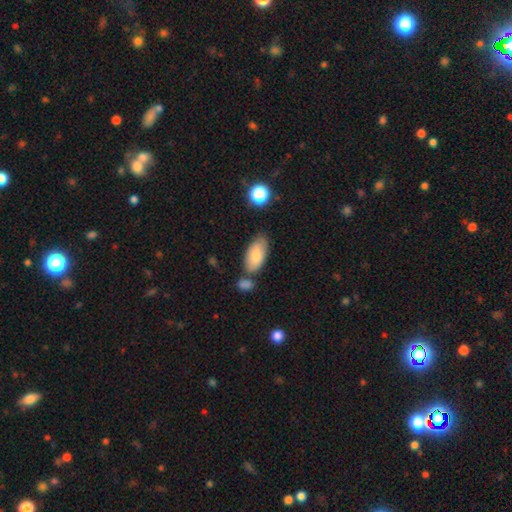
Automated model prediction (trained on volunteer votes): A smooth galaxy with no disk features (77%) that is in between round and cigar-shaped (92%).

Vote fractions:
- Smooth or featured? smooth: 77% / featured or disk: 16% / star or artifact: 7%
- How rounded? in between: 92% / cigar-shaped: 5% / round: 3%
- Merging? none: 60% / minor disturbance: 20% / merger: 15% / major disturbance: 5%